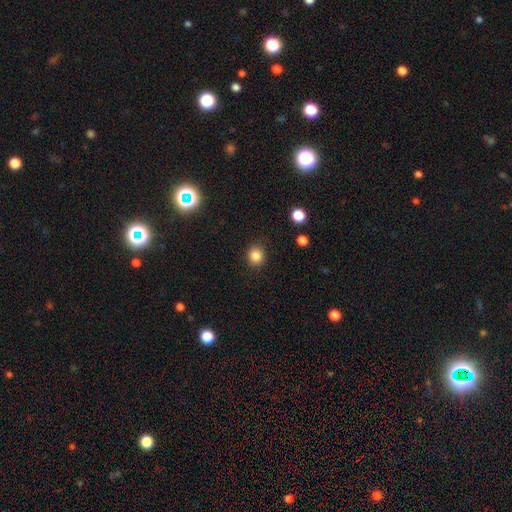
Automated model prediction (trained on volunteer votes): A smooth galaxy with no disk features (84%) that is round (83%).

Vote fractions:
- Smooth or featured? smooth: 84% / star or artifact: 11% / featured or disk: 4%
- How rounded? round: 83% / in between: 16% / cigar-shaped: 1%
- Merging? none: 88% / minor disturbance: 8% / major disturbance: 3% / merger: 1%